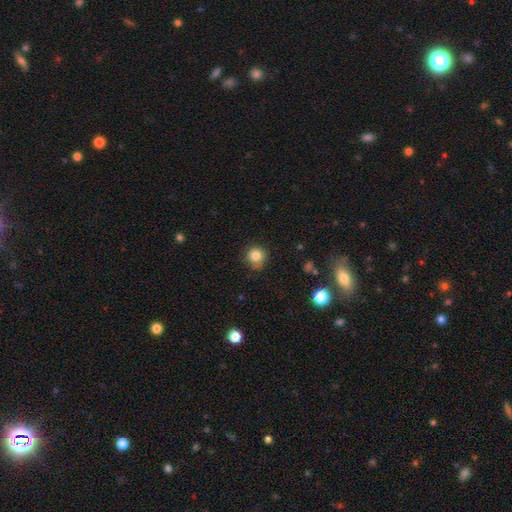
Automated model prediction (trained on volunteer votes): Smooth or featured? Predicted: smooth (p=0.83). How rounded? Predicted: round (p=0.90). Merging? Predicted: none (p=0.77).